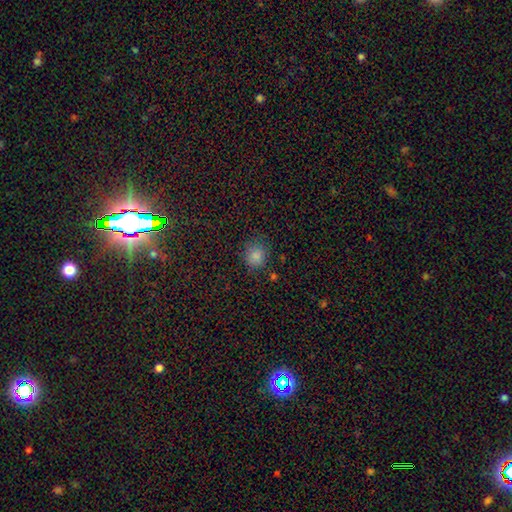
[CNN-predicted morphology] Smooth or featured? Predicted: smooth (p=0.82). How rounded? Predicted: round (p=0.79). Merging? Predicted: none (p=0.78).